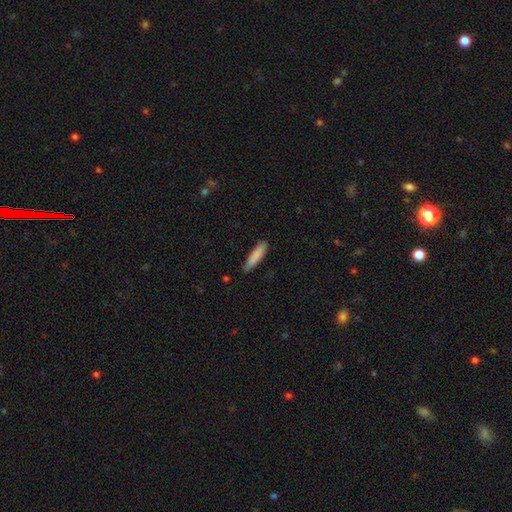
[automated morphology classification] A smooth galaxy with no disk features (85%) that is cigar-shaped (80%). Merging: none (83%).